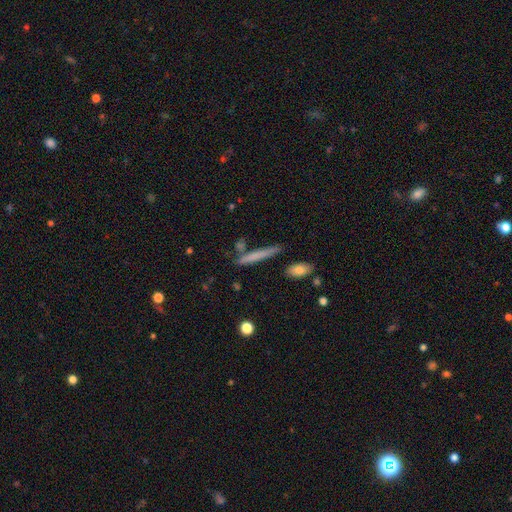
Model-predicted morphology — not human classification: A smooth galaxy with no disk features (66%) that is cigar-shaped (94%).

Vote fractions:
- Smooth or featured? smooth: 66% / featured or disk: 26% / star or artifact: 8%
- How rounded? cigar-shaped: 94% / in between: 4% / round: 2%
- Merging? none: 77% / minor disturbance: 13% / merger: 7% / major disturbance: 3%